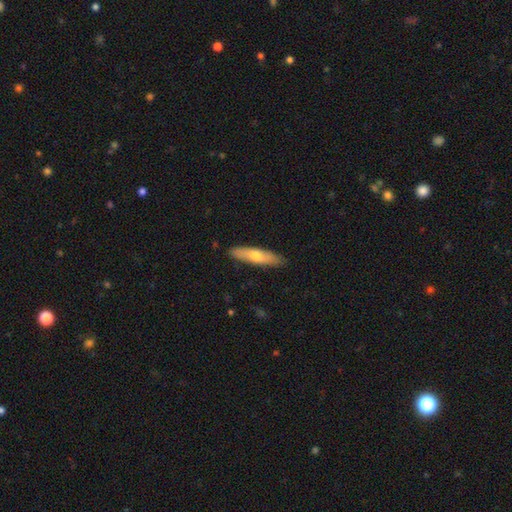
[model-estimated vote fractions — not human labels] smooth 64%, featured or disk 31%, star or artifact 5%. Down the decision tree: how rounded — cigar-shaped (75%); merging — none (86%).